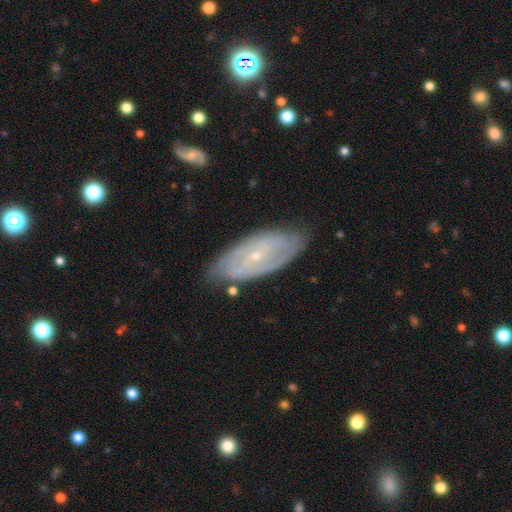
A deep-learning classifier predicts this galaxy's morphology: A featured or disk galaxy (74%) with no bar (56%), spiral arms (75%) and a small central bulge (82%). Merging: none (73%).